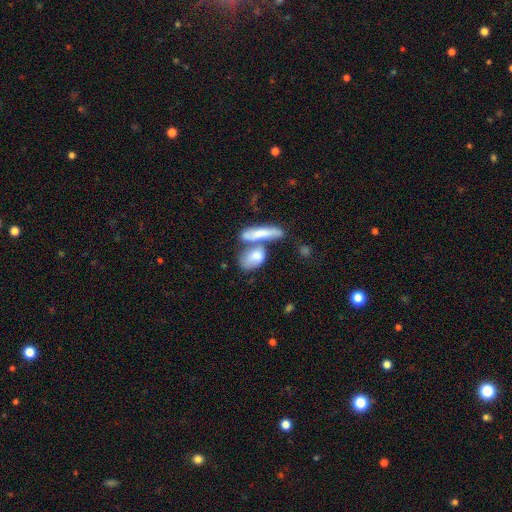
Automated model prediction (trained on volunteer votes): This is likely a smooth galaxy (69%). How rounded: likely in between (63%). Merging: possibly merger (47%).